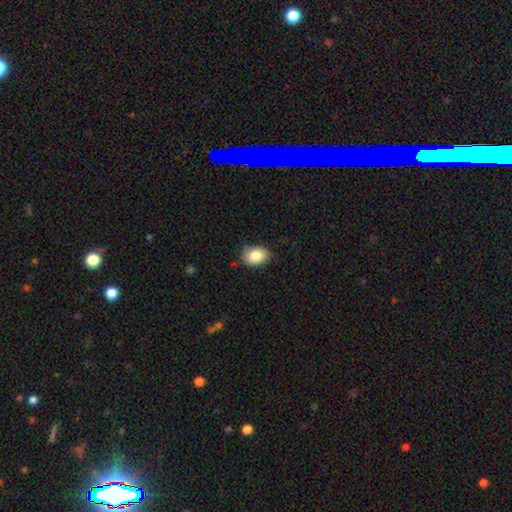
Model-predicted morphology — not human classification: Overall: smooth (83%). How rounded: in between (71%). Merging: none (75%).